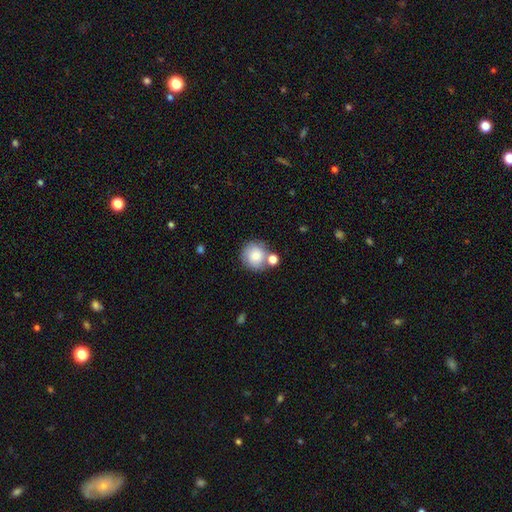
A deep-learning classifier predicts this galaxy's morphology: Q: Smooth or featured?
A: smooth (79%); runner-up: featured or disk (13%)
Q: How rounded?
A: round (88%); runner-up: in between (11%)
Q: Merging?
A: none (59%); runner-up: merger (23%)